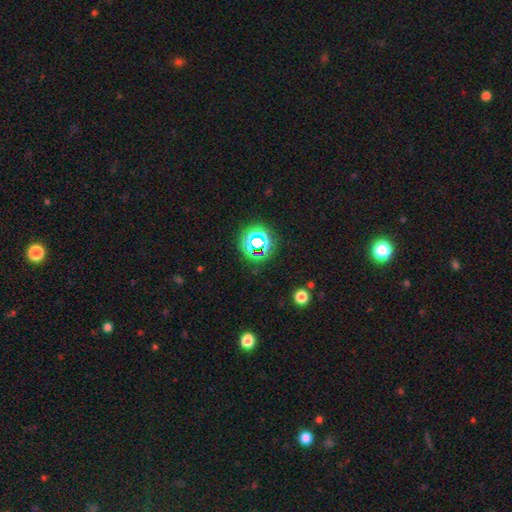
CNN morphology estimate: The model was most divided on "smooth or featured": star or artifact: 62%, smooth: 30%, featured or disk: 8%.